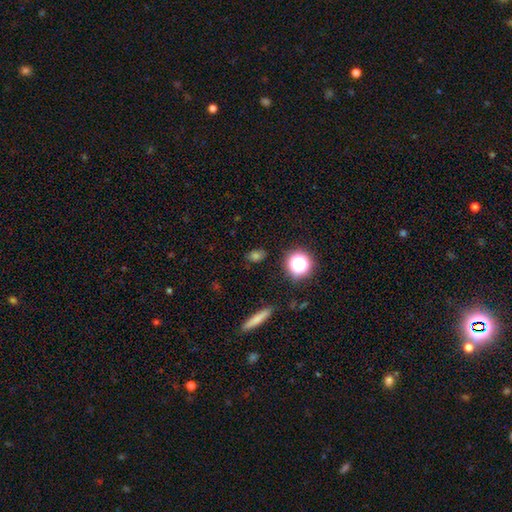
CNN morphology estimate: This is likely a smooth galaxy (68%). How rounded: possibly in between (49%). Merging: clearly none (84%).